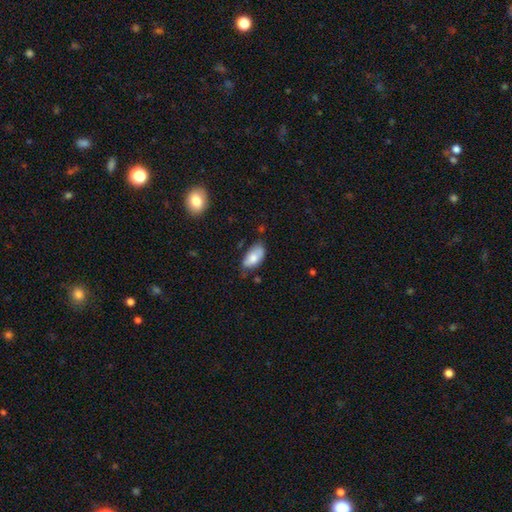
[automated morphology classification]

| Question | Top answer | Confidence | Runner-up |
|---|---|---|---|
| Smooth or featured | smooth | 75% | featured or disk (19%) |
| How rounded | in between | 94% | cigar-shaped (3%) |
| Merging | none | 59% | minor disturbance (31%) |